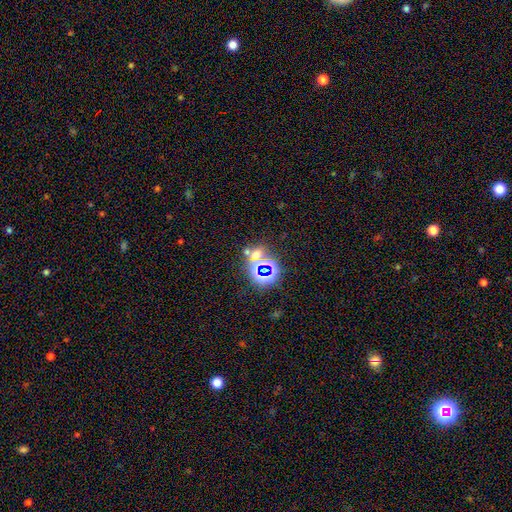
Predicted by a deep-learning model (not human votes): Q: Smooth or featured?
A: star or artifact (58%); runner-up: smooth (32%)